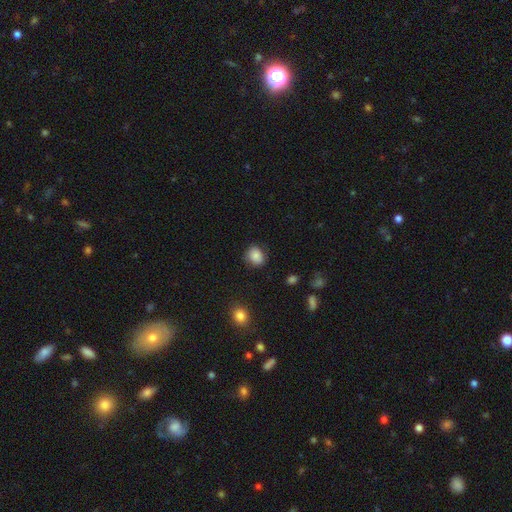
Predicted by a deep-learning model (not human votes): Smooth or featured? Predicted: smooth (p=0.86). How rounded? Predicted: round (p=0.64). Merging? Predicted: none (p=0.81).